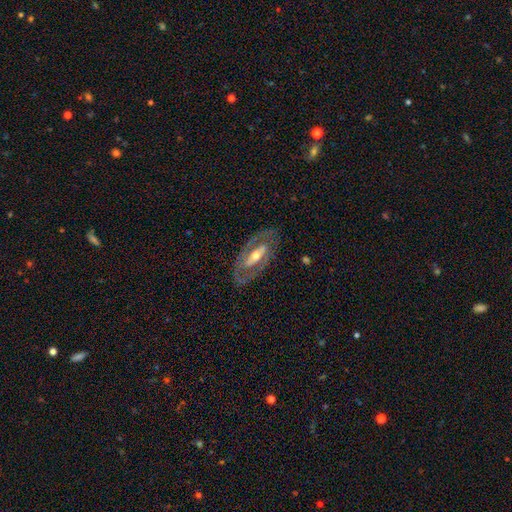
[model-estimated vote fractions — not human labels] This appears to be a featured or disk galaxy (80%) with a strong bar (46%), spiral arms (62%) and a moderate central bulge (57%). Merging: none (80%).